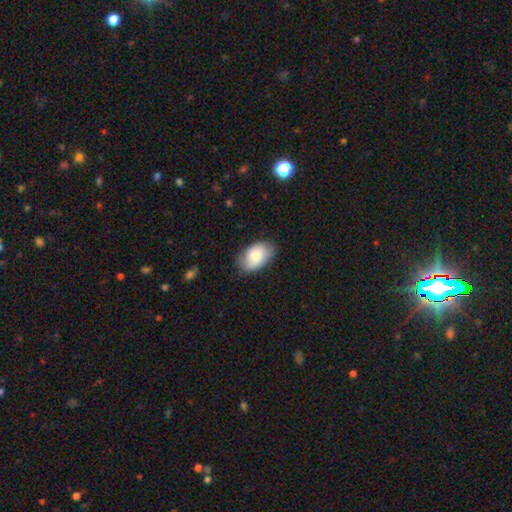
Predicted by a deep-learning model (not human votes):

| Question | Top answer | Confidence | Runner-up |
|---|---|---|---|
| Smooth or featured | smooth | 76% | featured or disk (18%) |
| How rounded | in between | 92% | round (7%) |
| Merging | none | 75% | minor disturbance (20%) |